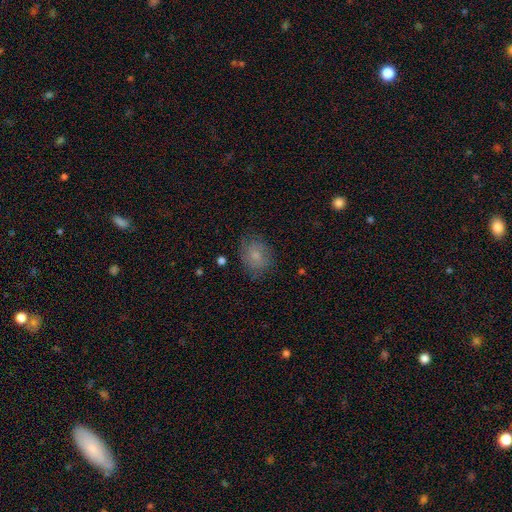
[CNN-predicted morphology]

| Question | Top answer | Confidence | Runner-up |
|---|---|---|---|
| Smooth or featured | smooth | 67% | featured or disk (24%) |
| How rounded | round | 52% | in between (47%) |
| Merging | none | 71% | minor disturbance (21%) |